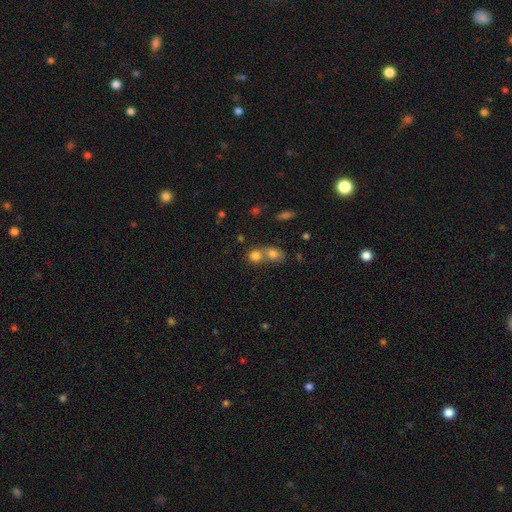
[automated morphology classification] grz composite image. It shows a smooth galaxy with no disk features (77%) that is round (76%). Merging: merger (60%).